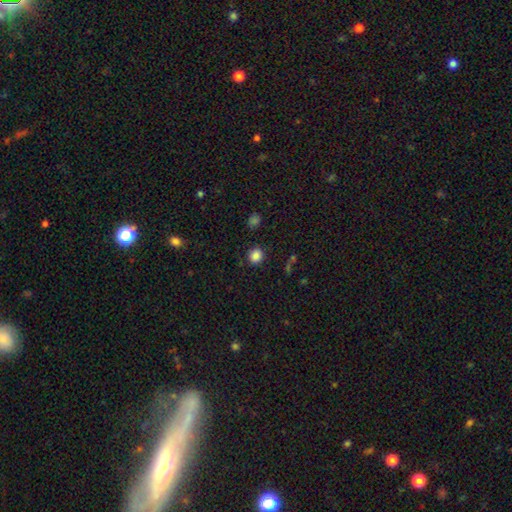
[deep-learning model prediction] Smooth or featured? Predicted: smooth (p=0.85). How rounded? Predicted: round (p=0.83). Merging? Predicted: none (p=0.87).